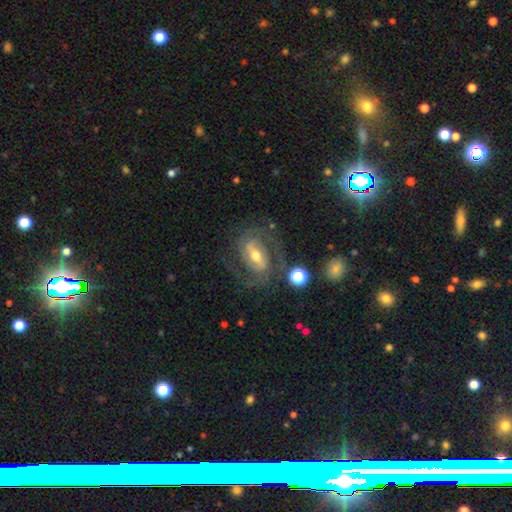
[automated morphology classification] type=featured or disk (81%); edge-on=no (95%); bar=strong (44%); spiral arms=yes (89%); winding=medium (49%); arm count=2 (75%); bulge=moderate (68%); merging=none (66%).